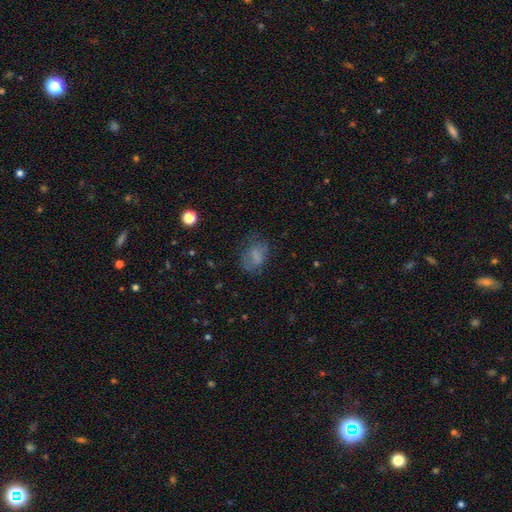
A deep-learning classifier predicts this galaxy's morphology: This appears to be a smooth galaxy with no disk features (65%) that is in between round and cigar-shaped (74%). Merging: none (55%).